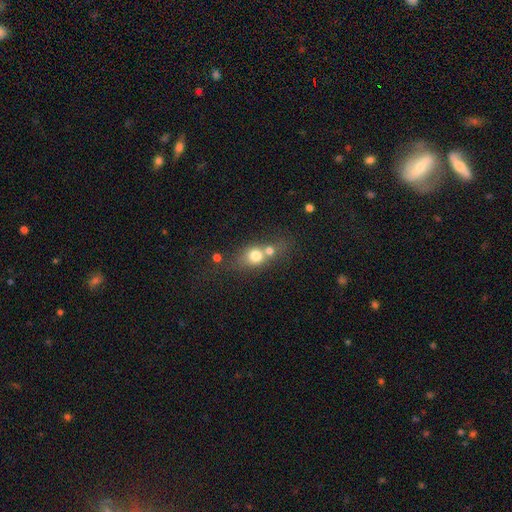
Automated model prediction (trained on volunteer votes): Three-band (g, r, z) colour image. It shows a smooth galaxy with no disk features (70%) that is round (57%). Merging: merger (53%).